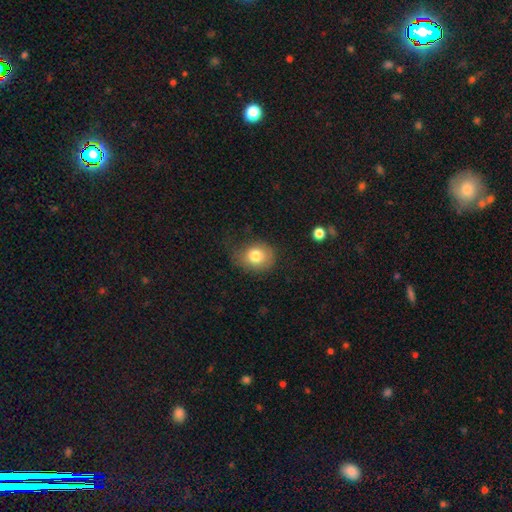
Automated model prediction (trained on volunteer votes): Smooth or featured?
  - smooth: 80% *
  - featured or disk: 11%
  - star or artifact: 9%
How rounded?
  - round: 66% *
  - in between: 34%
  - cigar-shaped: 1%
Merging?
  - none: 60% *
  - minor disturbance: 27%
  - major disturbance: 12%
  - merger: 2%